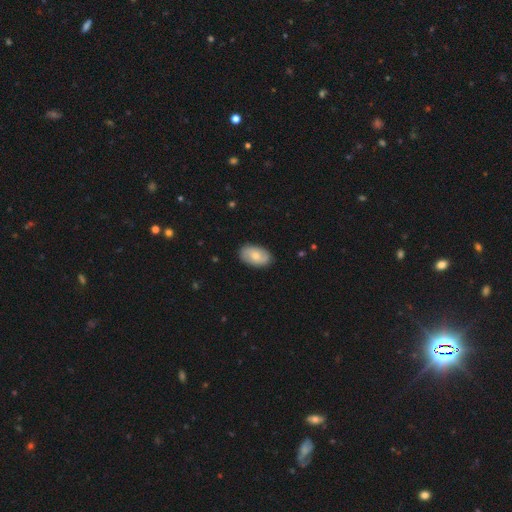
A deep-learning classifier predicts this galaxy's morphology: type=smooth (54%); roundness=in between (91%); merging=none (86%).